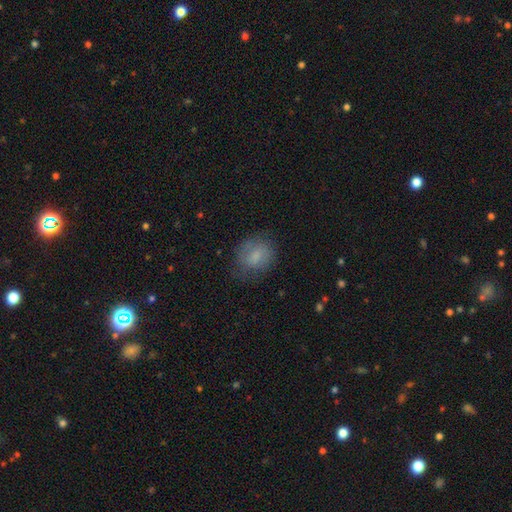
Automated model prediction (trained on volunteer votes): Smooth or featured? smooth (73%)
How rounded? round (56%)
Merging? none (67%)